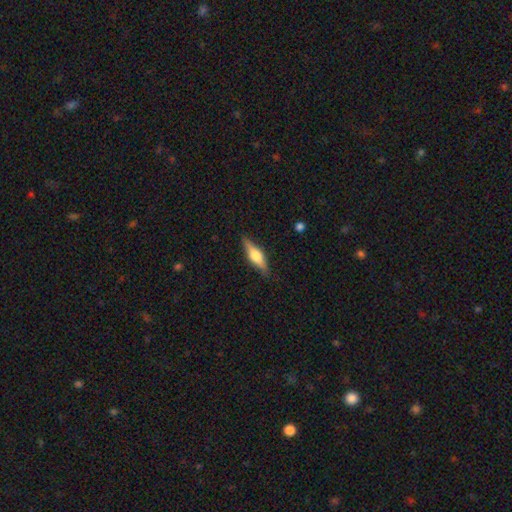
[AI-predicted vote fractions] Morphology: type=featured or disk (59%); edge-on=yes (95%); edge-on bulge=rounded (91%); merging=none (87%).